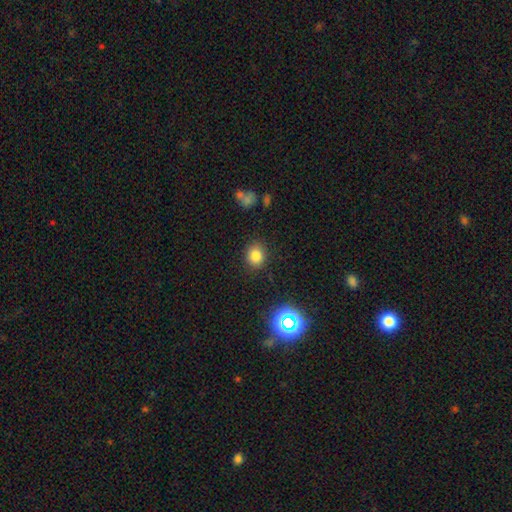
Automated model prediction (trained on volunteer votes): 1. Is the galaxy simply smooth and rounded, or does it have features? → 80% smooth, 14% star or artifact, 6% featured or disk.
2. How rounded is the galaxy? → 74% round, 25% in between, 1% cigar-shaped.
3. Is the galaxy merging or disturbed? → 87% none, 9% minor disturbance, 3% major disturbance, 2% merger.